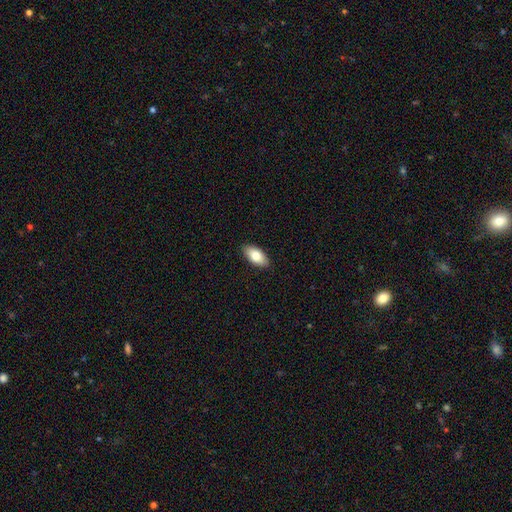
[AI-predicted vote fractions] This is clearly a smooth galaxy (82%). How rounded: clearly in between (92%). Merging: clearly none (89%).